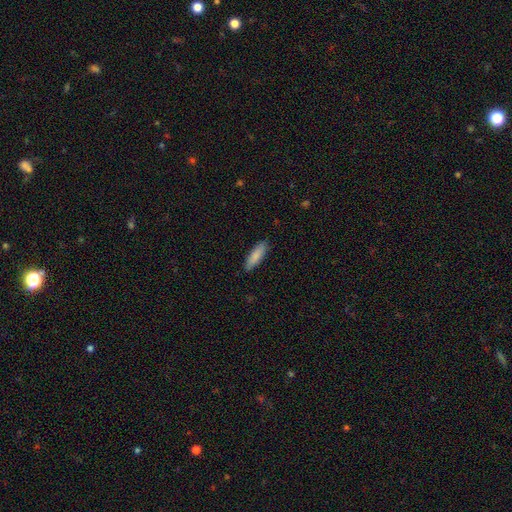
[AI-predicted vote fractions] Q: Smooth or featured?
A: smooth (86%); runner-up: featured or disk (8%)
Q: How rounded?
A: cigar-shaped (55%); runner-up: in between (44%)
Q: Merging?
A: none (88%); runner-up: minor disturbance (10%)